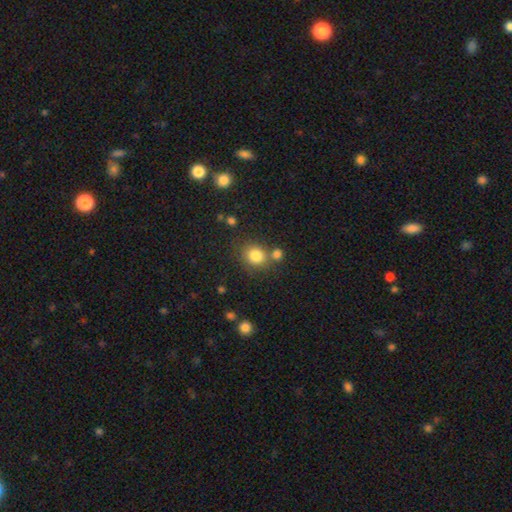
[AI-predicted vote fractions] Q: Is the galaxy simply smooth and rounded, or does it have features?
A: smooth — 82%.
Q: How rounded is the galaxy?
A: round — 77%.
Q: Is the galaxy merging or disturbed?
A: none — 67%.